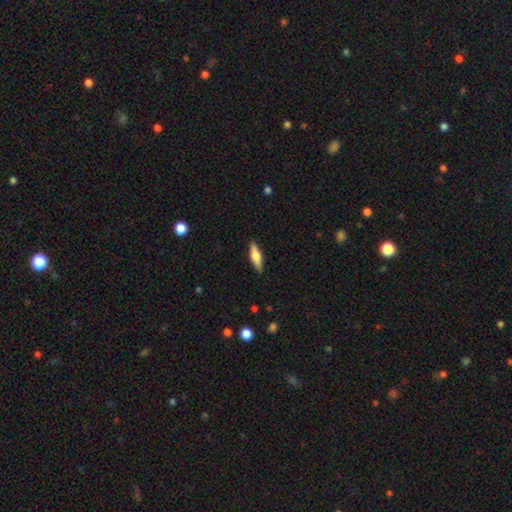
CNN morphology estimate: The model was most divided on "smooth or featured": smooth: 55%, featured or disk: 40%, star or artifact: 6%. More confident: merging — none (89%); how rounded — cigar-shaped (64%).